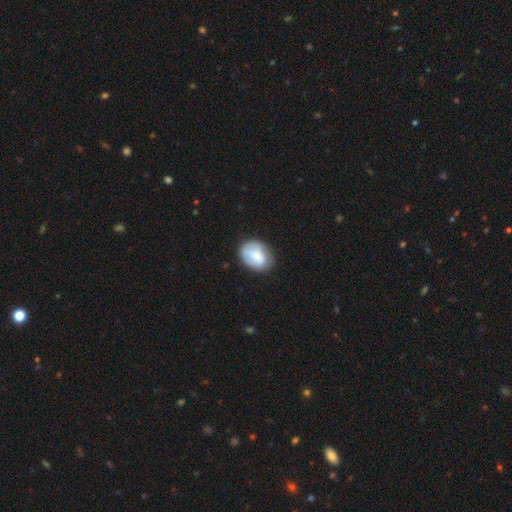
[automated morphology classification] The model was most divided on "how rounded": in between: 70%, round: 29%, cigar-shaped: 1%. More confident: smooth or featured — smooth (74%); merging — none (67%).